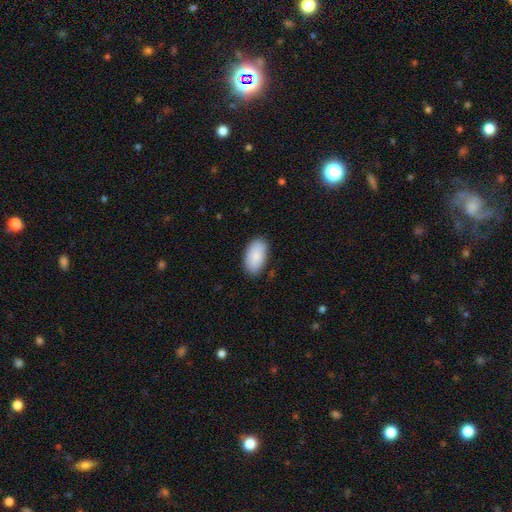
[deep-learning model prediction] This appears to be a smooth galaxy with no disk features (88%) that is in between round and cigar-shaped (95%). Merging: none (84%).